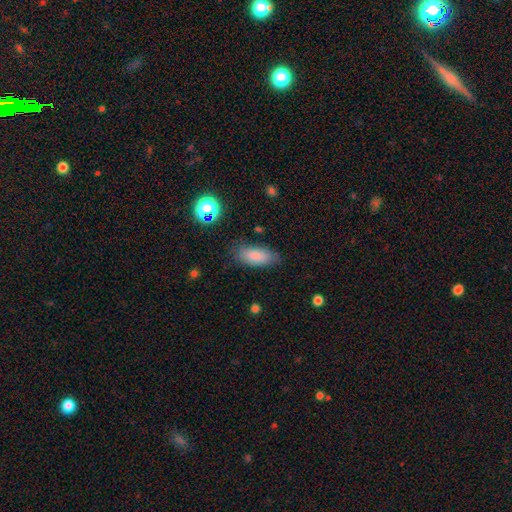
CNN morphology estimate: This is clearly a smooth galaxy (84%). How rounded: clearly in between (82%). Merging: likely none (78%).